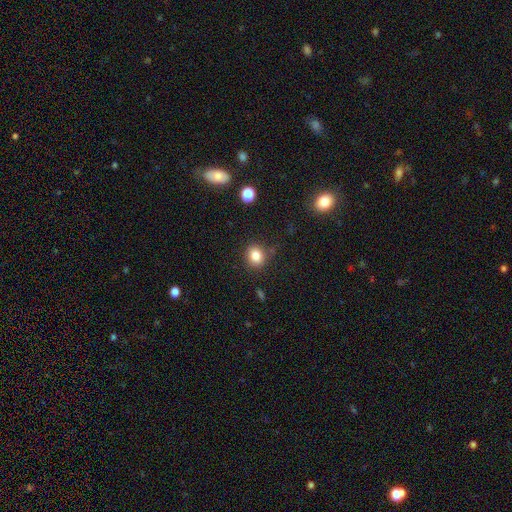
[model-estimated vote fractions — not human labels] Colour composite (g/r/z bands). It shows a smooth galaxy with no disk features (83%) that is round (71%). Merging: none (81%).